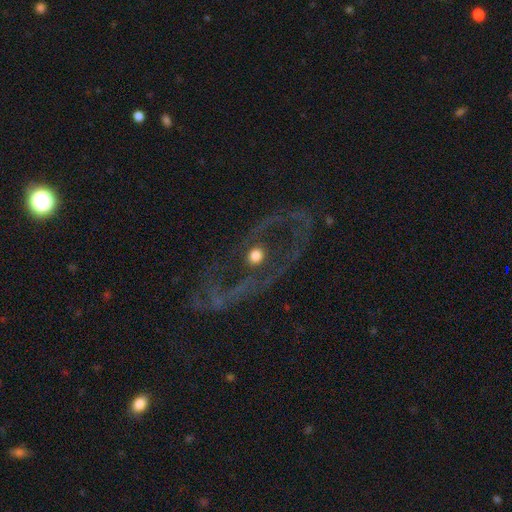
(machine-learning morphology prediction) Smooth or featured: featured or disk — 56% (smooth — 28%)
Edge-on disk: no — 88% (yes — 12%)
Merging: none — 65% (major disturbance — 17%)